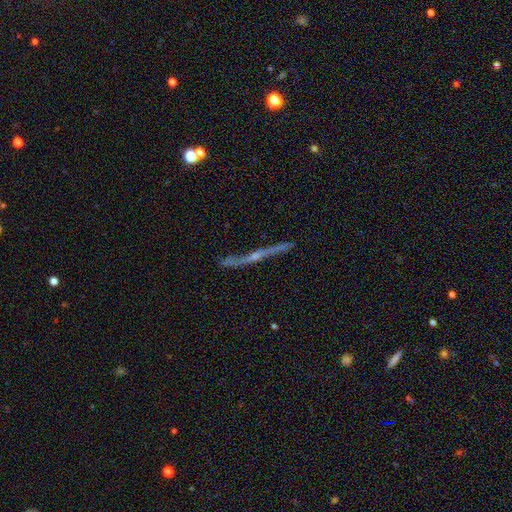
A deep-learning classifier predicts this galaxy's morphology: Smooth or featured? Predicted: featured or disk (p=0.81). Edge-on disk? Predicted: yes (p=0.91). Edge-on bulge? Predicted: rounded (p=0.68). Merging? Predicted: none (p=0.76).